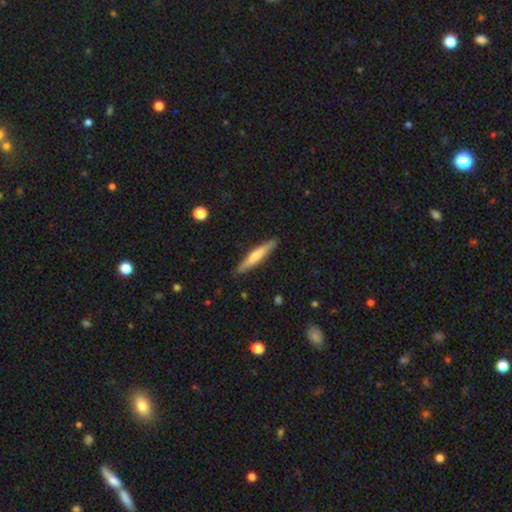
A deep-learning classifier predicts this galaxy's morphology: Smooth or featured? smooth (60%)
How rounded? cigar-shaped (91%)
Merging? none (88%)